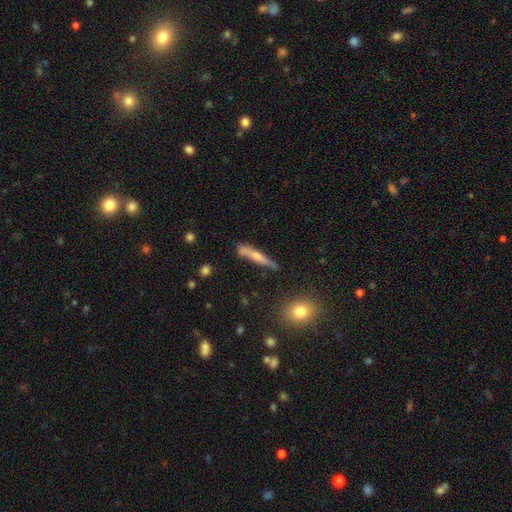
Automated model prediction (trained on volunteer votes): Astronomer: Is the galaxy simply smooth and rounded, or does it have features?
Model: smooth — 49% (runner-up: featured or disk, 43%).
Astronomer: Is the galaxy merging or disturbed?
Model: none — 73%.